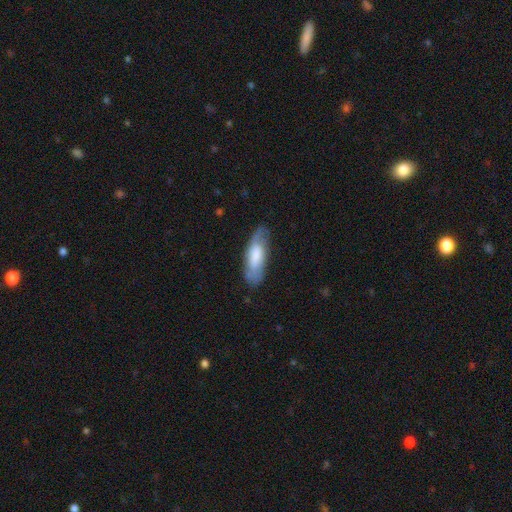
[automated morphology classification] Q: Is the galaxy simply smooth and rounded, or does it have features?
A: smooth — 63%.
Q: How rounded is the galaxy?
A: in between — 66%.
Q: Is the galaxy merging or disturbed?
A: none — 73%.